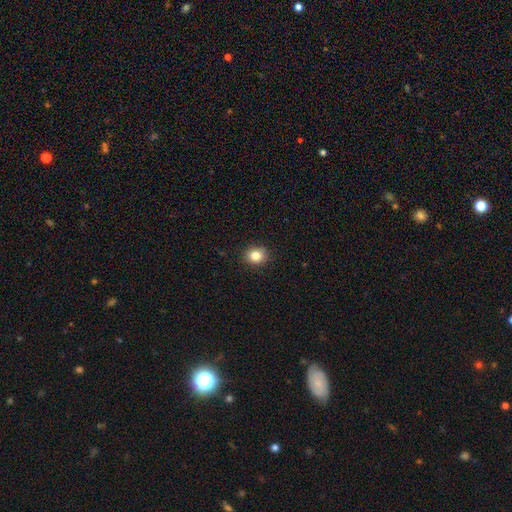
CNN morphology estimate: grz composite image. It shows a smooth galaxy with no disk features (83%) that is round (74%). Merging: none (90%).